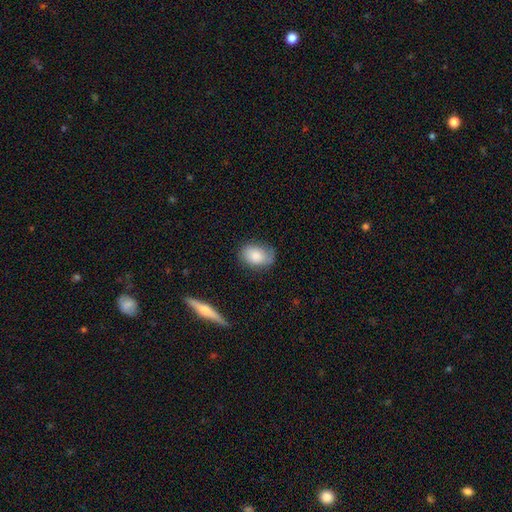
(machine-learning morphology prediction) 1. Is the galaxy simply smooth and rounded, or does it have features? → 81% smooth, 12% featured or disk, 7% star or artifact.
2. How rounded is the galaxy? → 83% in between, 16% round, 1% cigar-shaped.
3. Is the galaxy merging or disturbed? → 68% none, 24% minor disturbance, 6% major disturbance, 2% merger.